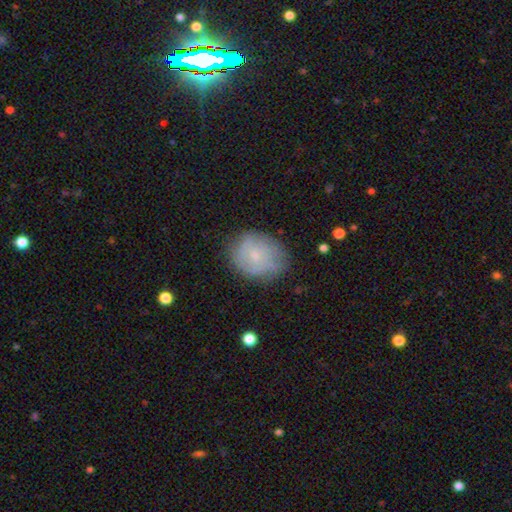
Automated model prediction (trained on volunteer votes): Q: Smooth or featured?
A: smooth (62%); runner-up: featured or disk (30%)
Q: How rounded?
A: round (55%); runner-up: in between (44%)
Q: Merging?
A: none (68%); runner-up: minor disturbance (23%)